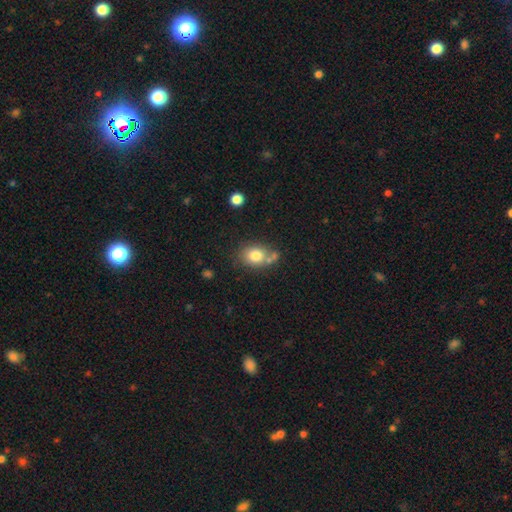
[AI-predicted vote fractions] A smooth galaxy with no disk features (79%) that is in between round and cigar-shaped (56%). Merging: none (56%).